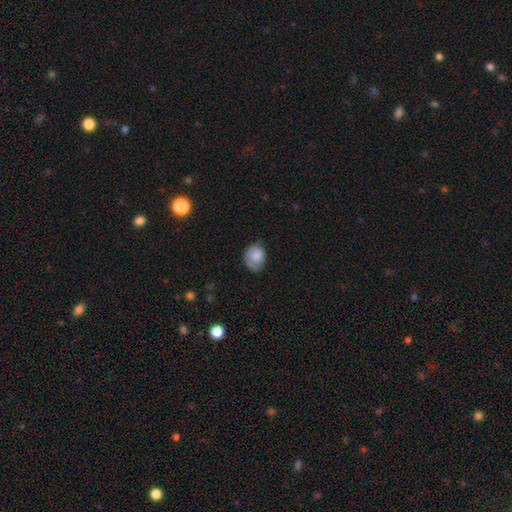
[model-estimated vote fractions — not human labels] Smooth or featured?
  - smooth: 78% *
  - featured or disk: 15%
  - star or artifact: 8%
How rounded?
  - round: 55% *
  - in between: 44%
  - cigar-shaped: 1%
Merging?
  - none: 52% *
  - minor disturbance: 35%
  - major disturbance: 12%
  - merger: 2%